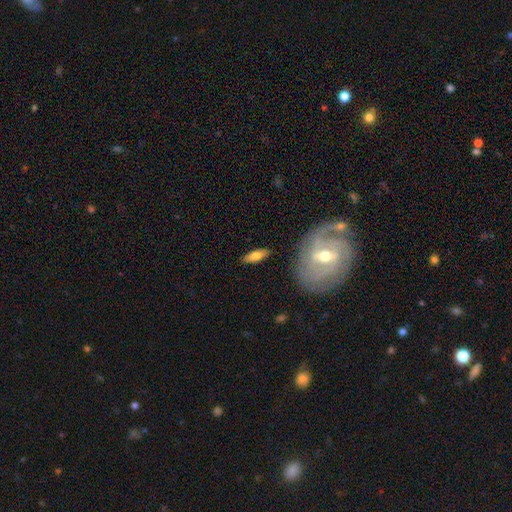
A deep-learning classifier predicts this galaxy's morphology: A smooth galaxy with no disk features (65%) that is in between round and cigar-shaped (58%). Merging: none (85%).